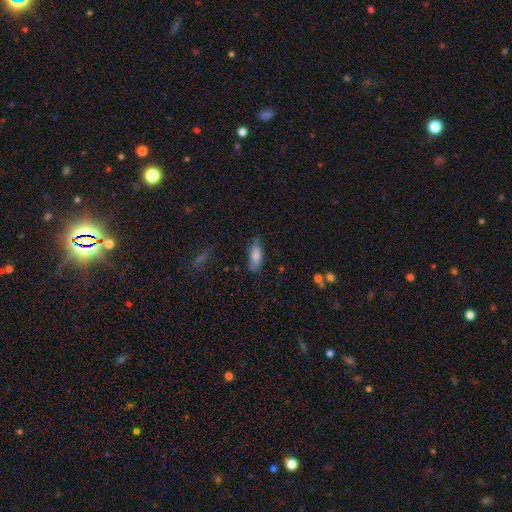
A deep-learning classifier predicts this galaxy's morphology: The model was most divided on "how rounded": in between: 67%, cigar-shaped: 31%, round: 2%. More confident: smooth or featured — smooth (74%); merging — none (72%).